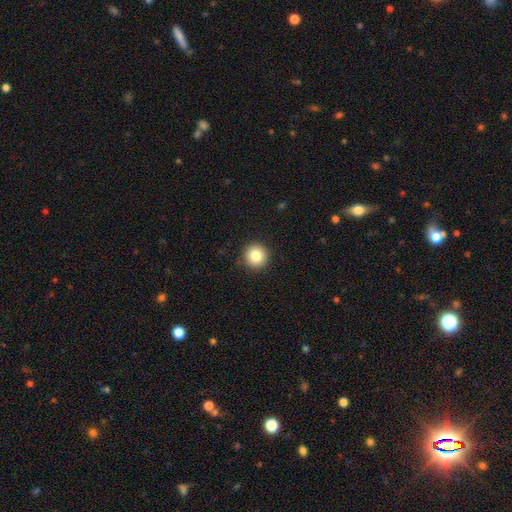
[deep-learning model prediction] Smooth or featured? Predicted: smooth (p=0.83). How rounded? Predicted: round (p=0.95). Merging? Predicted: none (p=0.92).